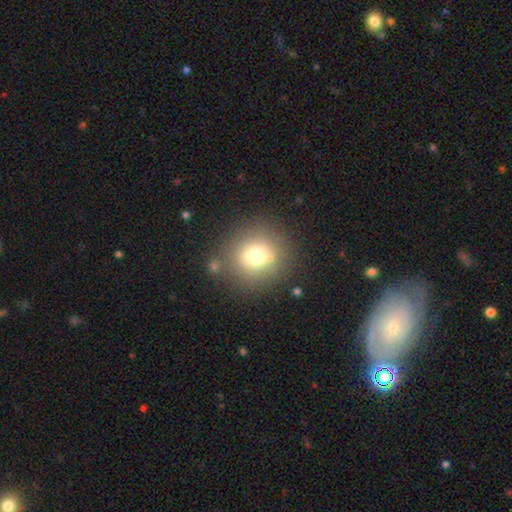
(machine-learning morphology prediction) Smooth or featured? Predicted: smooth (p=0.73). How rounded? Predicted: round (p=0.90). Merging? Predicted: none (p=0.79).